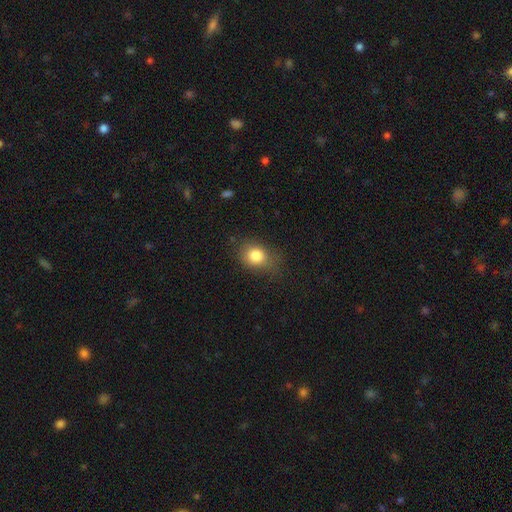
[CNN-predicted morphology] Smooth or featured: smooth — 82% (star or artifact — 11%)
How rounded: round — 51% (in between — 47%)
Merging: none — 65% (minor disturbance — 24%)